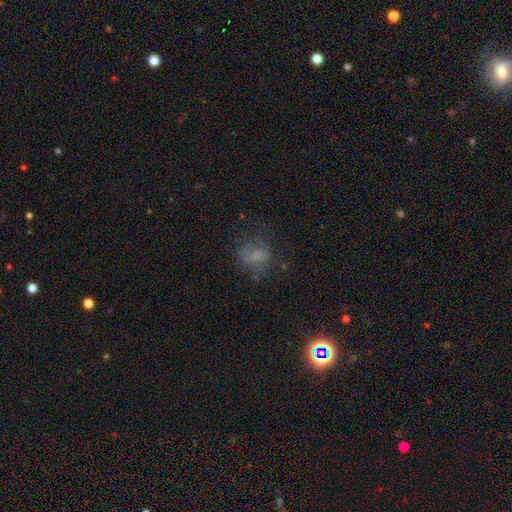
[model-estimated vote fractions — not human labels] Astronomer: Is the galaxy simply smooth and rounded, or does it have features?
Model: smooth — 53%.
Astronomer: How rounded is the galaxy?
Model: in between — 52% (runner-up: round, 46%).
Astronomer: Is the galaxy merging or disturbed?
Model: none — 48% (runner-up: major disturbance, 27%).